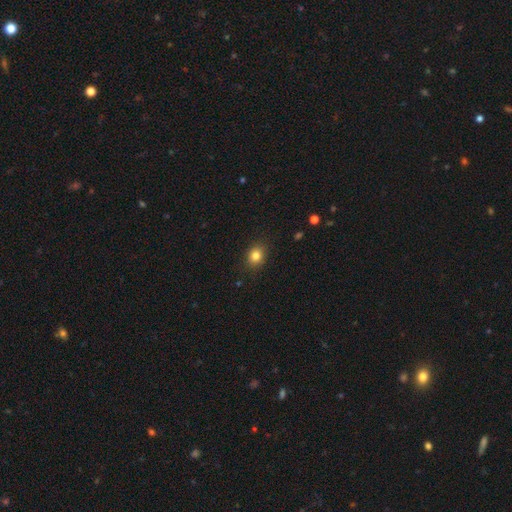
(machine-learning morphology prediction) Smooth or featured? smooth (82%)
How rounded? round (61%)
Merging? none (88%)